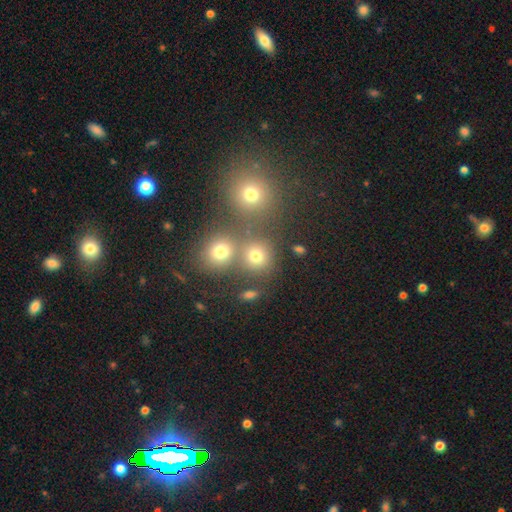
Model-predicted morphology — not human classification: smooth-or-featured: smooth: 74% | star or artifact: 18% | featured or disk: 8%
  how-rounded: round: 84% | in between: 15% | cigar-shaped: 1%
  merging: none: 62% | merger: 26% | minor disturbance: 8% | major disturbance: 4%